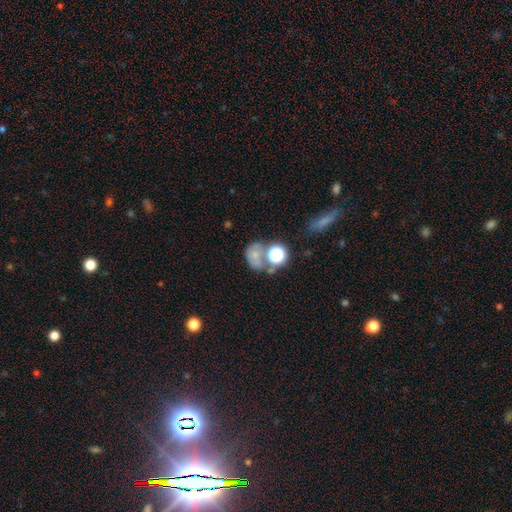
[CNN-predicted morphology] Smooth or featured: smooth — 55% (featured or disk — 25%)
How rounded: round — 50% (in between — 49%)
Merging: merger — 35% (none — 31%)